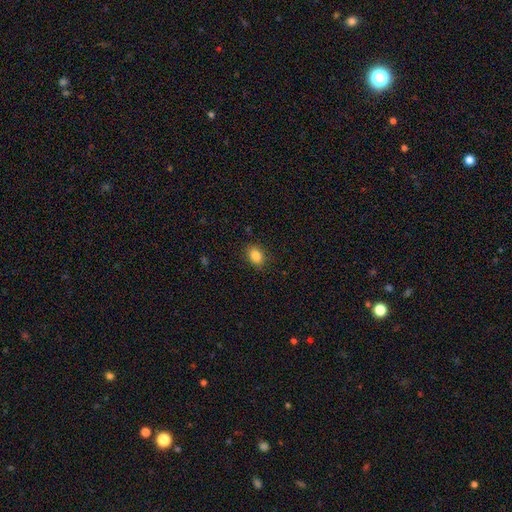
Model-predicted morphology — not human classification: The model was most divided on "how rounded": in between: 72%, round: 27%, cigar-shaped: 1%. More confident: merging — none (87%); smooth or featured — smooth (86%).